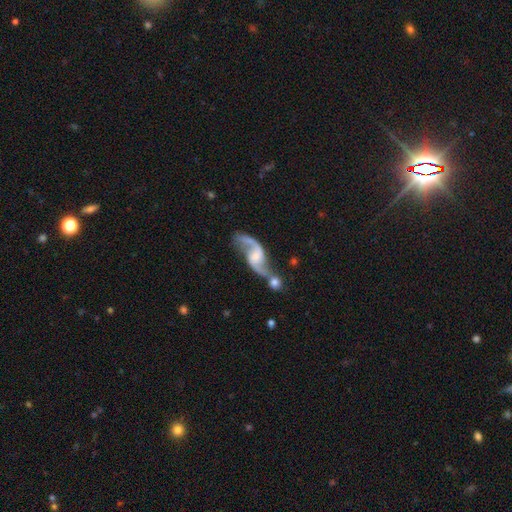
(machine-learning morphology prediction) The model was most divided on "merging": none: 39%, merger: 38%, minor disturbance: 14%, major disturbance: 9%. Remaining: spiral arms — yes (96%); edge-on disk — no (95%); spiral arm count — 2 (93%); smooth or featured — featured or disk (88%); spiral winding — loose (78%); bar — weak (45%); bulge size — small (41%).